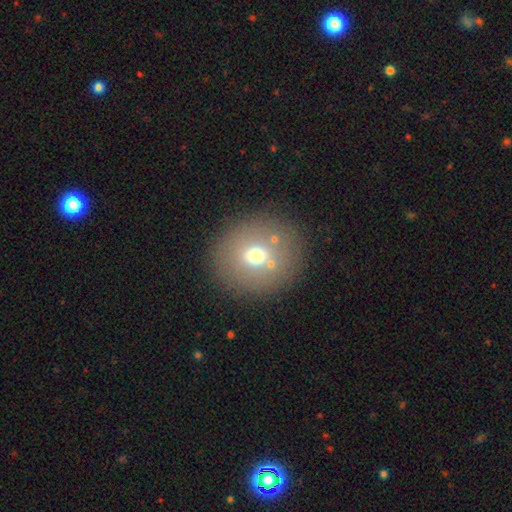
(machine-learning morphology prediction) This appears to be a smooth galaxy with no disk features (64%) that is round (84%). Merging: none (83%).